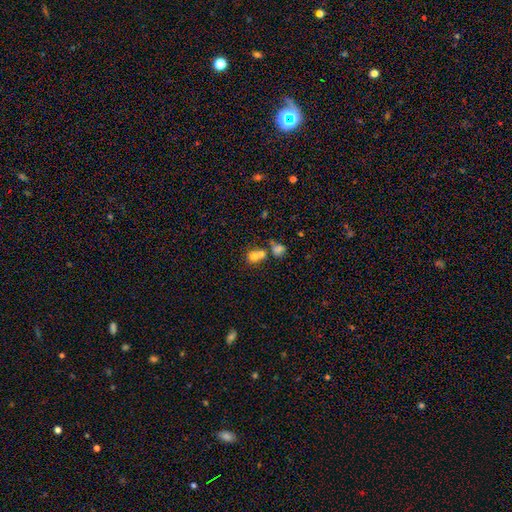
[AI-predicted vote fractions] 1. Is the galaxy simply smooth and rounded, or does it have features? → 68% smooth, 18% featured or disk, 14% star or artifact.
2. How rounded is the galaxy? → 72% round, 26% in between, 1% cigar-shaped.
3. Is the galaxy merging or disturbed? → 59% merger, 30% none, 7% minor disturbance, 4% major disturbance.